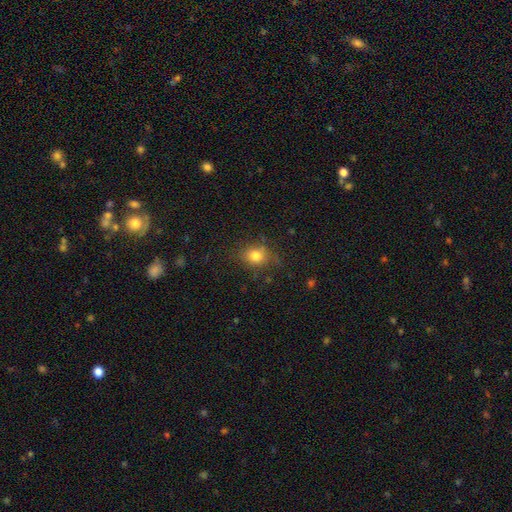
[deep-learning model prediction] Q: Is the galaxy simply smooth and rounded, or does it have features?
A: smooth — 80%.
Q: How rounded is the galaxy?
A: round — 60%.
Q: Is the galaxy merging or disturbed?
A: none — 77%.